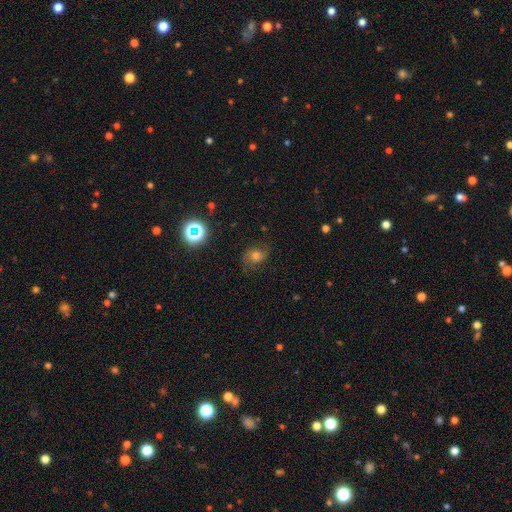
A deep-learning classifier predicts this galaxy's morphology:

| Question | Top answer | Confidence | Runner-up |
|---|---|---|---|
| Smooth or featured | featured or disk | 53% | smooth (29%) |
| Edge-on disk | no | 96% | yes (4%) |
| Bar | no | 69% | weak (24%) |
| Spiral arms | yes | 89% | no (11%) |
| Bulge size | moderate | 59% | small (24%) |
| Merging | none | 70% | minor disturbance (19%) |